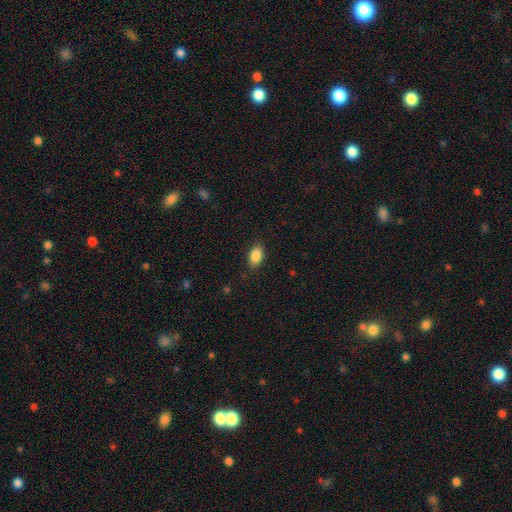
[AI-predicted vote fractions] This is clearly a smooth galaxy (87%). How rounded: clearly in between (89%). Merging: clearly none (85%).